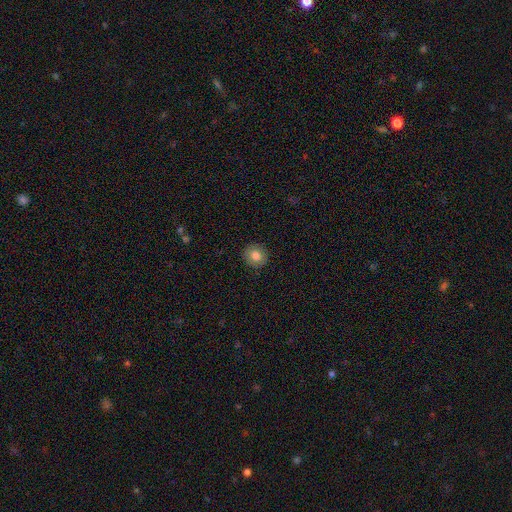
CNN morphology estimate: Smooth or featured: smooth — 81% (featured or disk — 10%)
How rounded: round — 89% (in between — 10%)
Merging: none — 91% (minor disturbance — 7%)